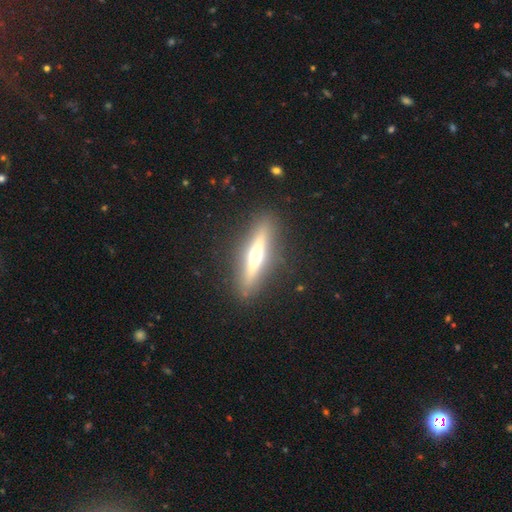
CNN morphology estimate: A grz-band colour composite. It shows a featured or disk galaxy (64%) viewed edge-on (93%) with a rounded central bulge (93%). Merging: none (88%).